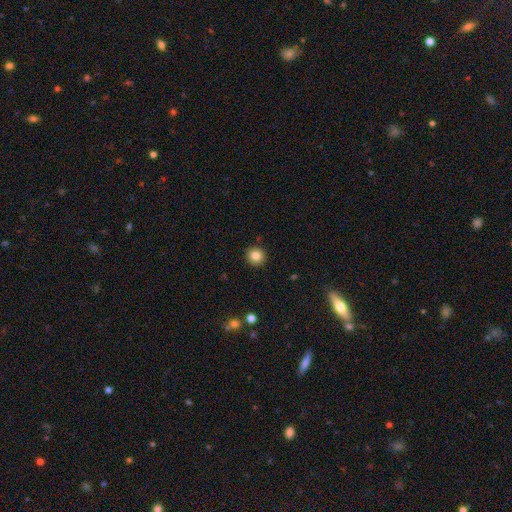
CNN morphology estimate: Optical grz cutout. It shows a smooth galaxy with no disk features (84%) that is round (93%). Merging: none (92%).